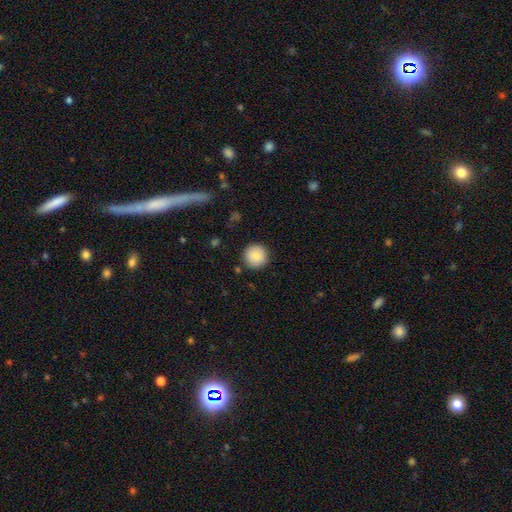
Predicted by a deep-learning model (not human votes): A smooth galaxy with no disk features (86%) that is round (96%). Merging: none (91%).